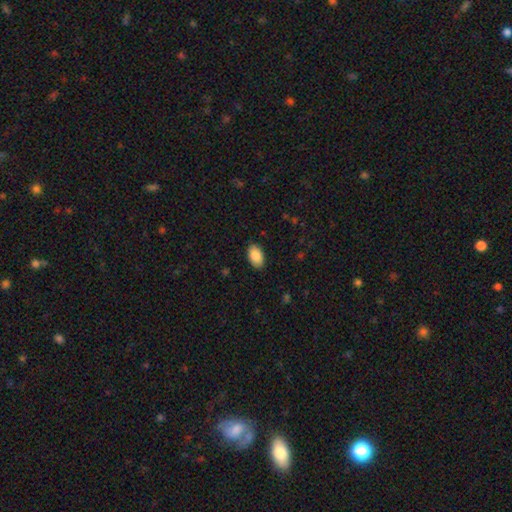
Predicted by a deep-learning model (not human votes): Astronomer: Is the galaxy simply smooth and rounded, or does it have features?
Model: smooth — 89%.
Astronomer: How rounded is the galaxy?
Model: in between — 94%.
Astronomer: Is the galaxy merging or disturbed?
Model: none — 88%.